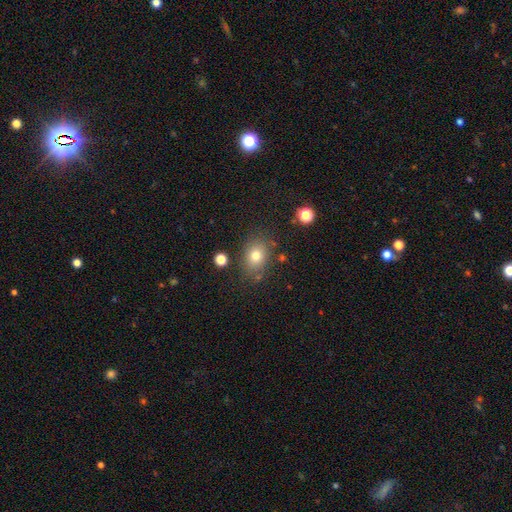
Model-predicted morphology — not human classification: This appears to be a smooth galaxy with no disk features (76%) that is in between round and cigar-shaped (56%). Merging: none (78%).